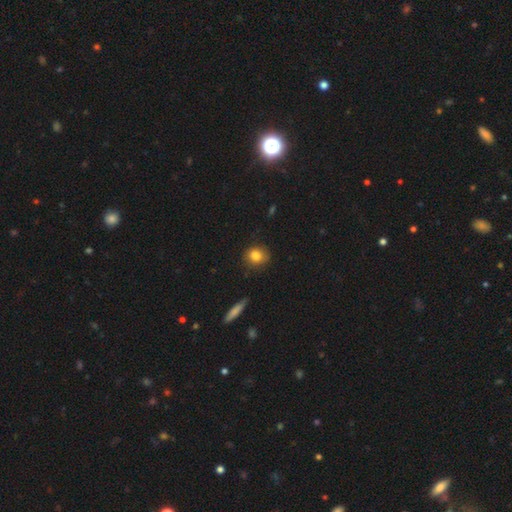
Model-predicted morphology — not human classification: type=smooth (83%); roundness=round (73%); merging=none (80%).